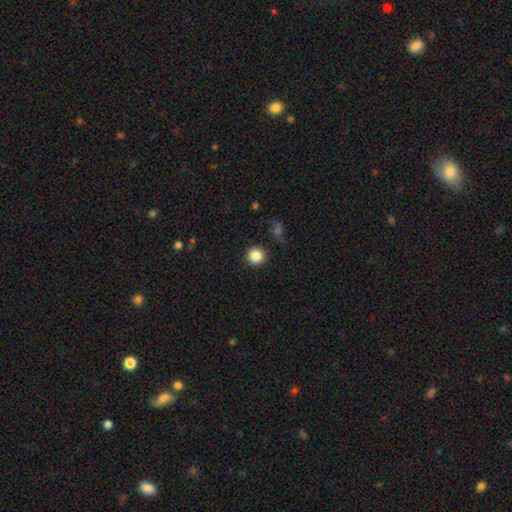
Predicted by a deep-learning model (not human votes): A smooth galaxy with no disk features (86%) that is round (95%).

Vote fractions:
- Smooth or featured? smooth: 86% / star or artifact: 10% / featured or disk: 4%
- How rounded? round: 95% / in between: 4% / cigar-shaped: 1%
- Merging? none: 90% / minor disturbance: 6% / major disturbance: 2% / merger: 2%